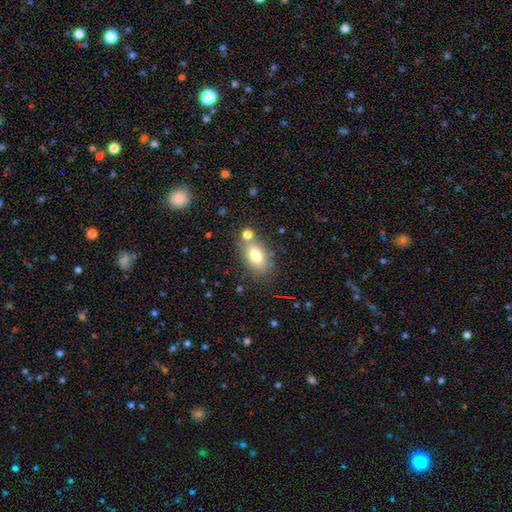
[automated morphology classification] smooth-or-featured: smooth: 75% | featured or disk: 15% | star or artifact: 10%
  how-rounded: in between: 86% | round: 10% | cigar-shaped: 4%
  merging: none: 67% | merger: 15% | minor disturbance: 14% | major disturbance: 4%